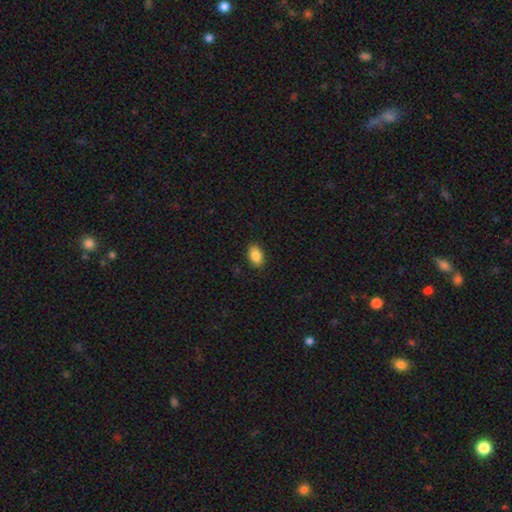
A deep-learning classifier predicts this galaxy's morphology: Overall: smooth (87%). How rounded: in between (88%). Merging: none (89%).